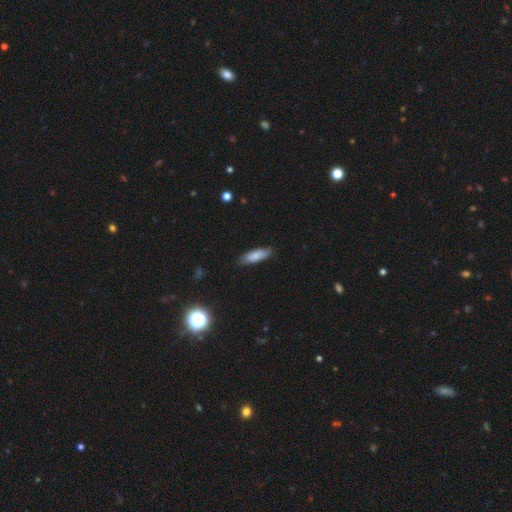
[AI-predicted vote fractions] A smooth galaxy with no disk features (80%) that is cigar-shaped (50%).

Vote fractions:
- Smooth or featured? smooth: 80% / featured or disk: 14% / star or artifact: 6%
- How rounded? cigar-shaped: 50% / in between: 48% / round: 2%
- Merging? none: 81% / minor disturbance: 15% / major disturbance: 2% / merger: 1%